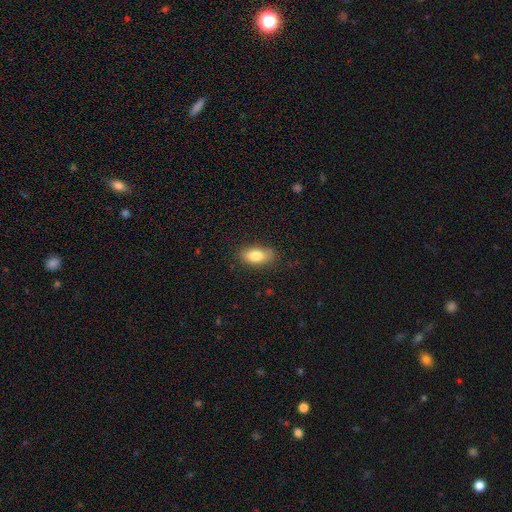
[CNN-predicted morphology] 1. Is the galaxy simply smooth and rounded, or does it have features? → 81% smooth, 12% featured or disk, 7% star or artifact.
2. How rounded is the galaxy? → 86% in between, 8% cigar-shaped, 6% round.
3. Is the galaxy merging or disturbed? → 80% none, 15% minor disturbance, 3% major disturbance, 1% merger.